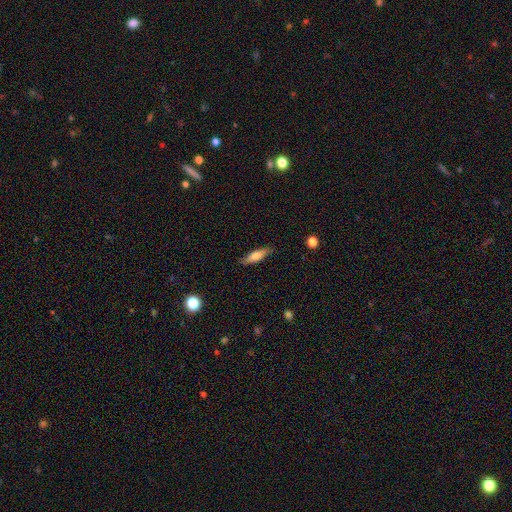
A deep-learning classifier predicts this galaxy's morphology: A smooth galaxy with no disk features (68%) that is cigar-shaped (59%).

Vote fractions:
- Smooth or featured? smooth: 68% / featured or disk: 25% / star or artifact: 7%
- How rounded? cigar-shaped: 59% / in between: 38% / round: 2%
- Merging? none: 82% / minor disturbance: 14% / major disturbance: 3% / merger: 1%